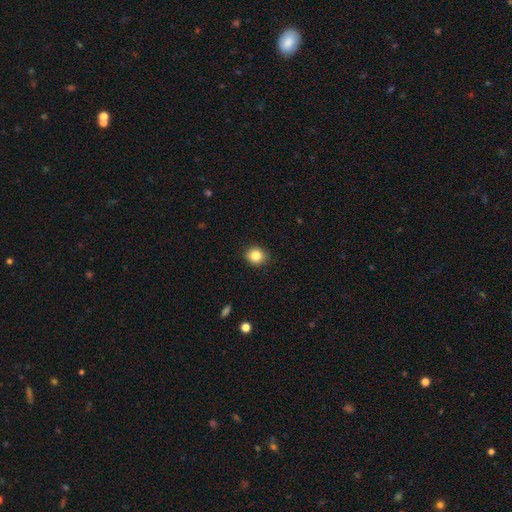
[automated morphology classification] smooth 85%, star or artifact 10%, featured or disk 5%. Down the decision tree: how rounded — round (79%); merging — none (89%).